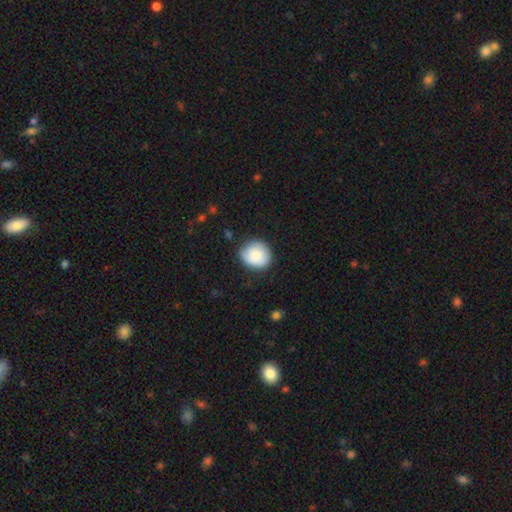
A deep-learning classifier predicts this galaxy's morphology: smooth_or_featured: smooth (p=0.80) [alt: featured or disk p=0.13]
how_rounded: round (p=0.80) [alt: in between p=0.20]
merging: none (p=0.76) [alt: minor disturbance p=0.19]